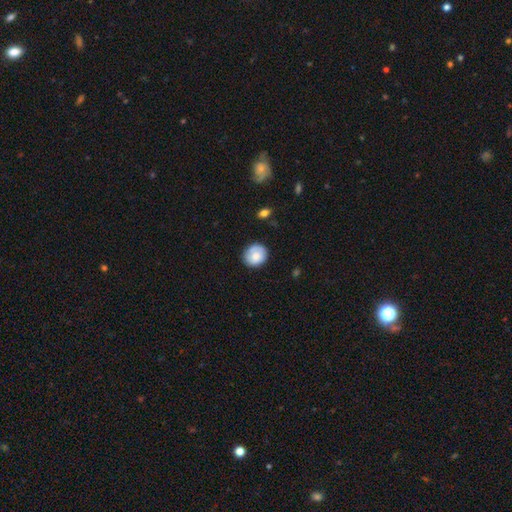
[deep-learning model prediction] This appears to be a smooth galaxy with no disk features (78%) that is round (80%). Merging: none (77%).